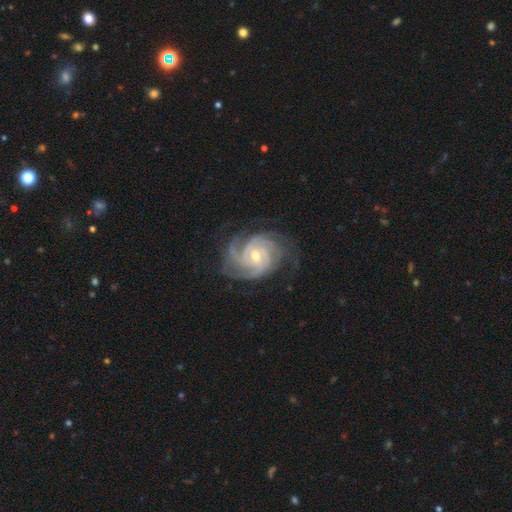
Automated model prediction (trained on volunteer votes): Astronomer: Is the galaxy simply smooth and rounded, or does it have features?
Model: featured or disk — 92%.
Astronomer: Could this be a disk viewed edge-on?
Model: no — 98%.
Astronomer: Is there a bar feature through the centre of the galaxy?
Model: no — 54% (runner-up: weak, 35%).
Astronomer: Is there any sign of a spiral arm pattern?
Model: yes — 98%.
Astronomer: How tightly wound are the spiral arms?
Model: tight — 70%.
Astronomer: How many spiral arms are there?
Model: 4 — 30% (runner-up: 3, 25%).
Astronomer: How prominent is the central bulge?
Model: moderate — 51% (runner-up: small, 46%).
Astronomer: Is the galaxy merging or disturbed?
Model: none — 73%.